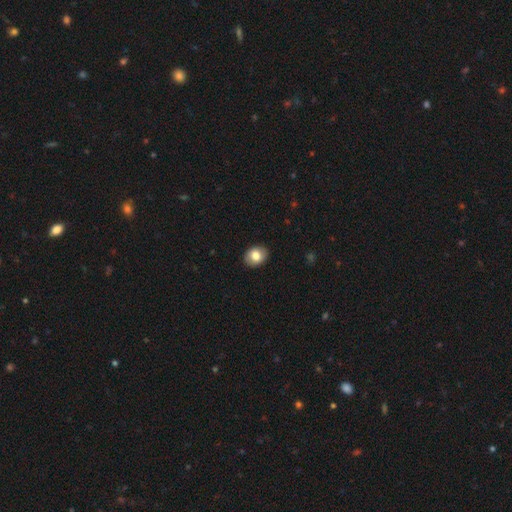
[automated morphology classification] Overall: smooth (80%). How rounded: in between (61%; round 38%). Merging: none (88%).